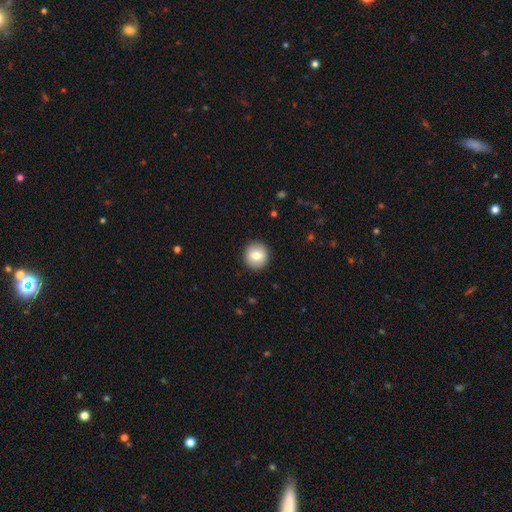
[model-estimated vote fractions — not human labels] Smooth or featured?
  - smooth: 78% *
  - featured or disk: 14%
  - star or artifact: 8%
How rounded?
  - round: 91% *
  - in between: 8%
  - cigar-shaped: 1%
Merging?
  - none: 92% *
  - minor disturbance: 6%
  - major disturbance: 2%
  - merger: 1%